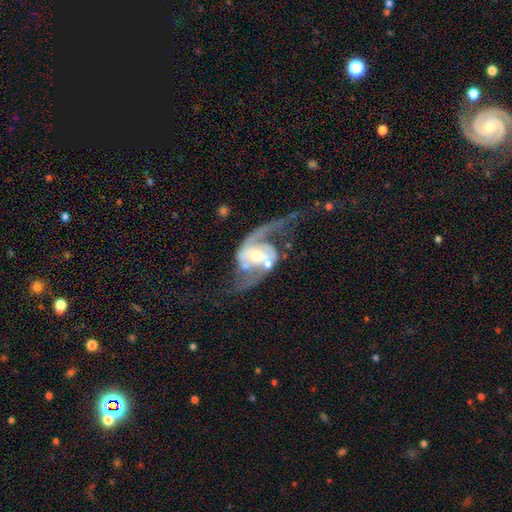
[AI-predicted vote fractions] This appears to be a featured or disk galaxy (91%) with a weak bar (39%), 2 (92%) loose (56%) spiral arms (97%) and a moderate central bulge (60%). Merging: none (48%).